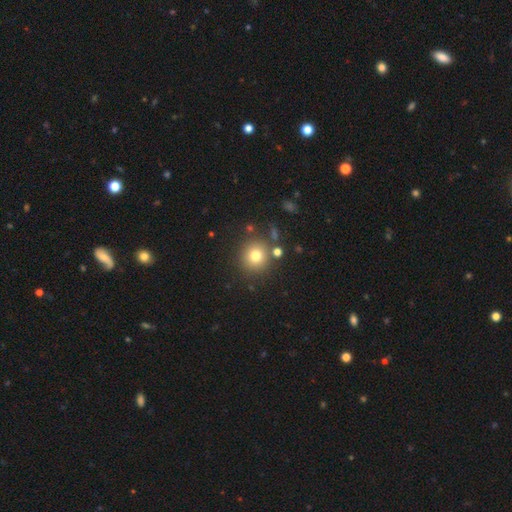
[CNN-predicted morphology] Smooth or featured? smooth (77%)
How rounded? round (92%)
Merging? none (83%)